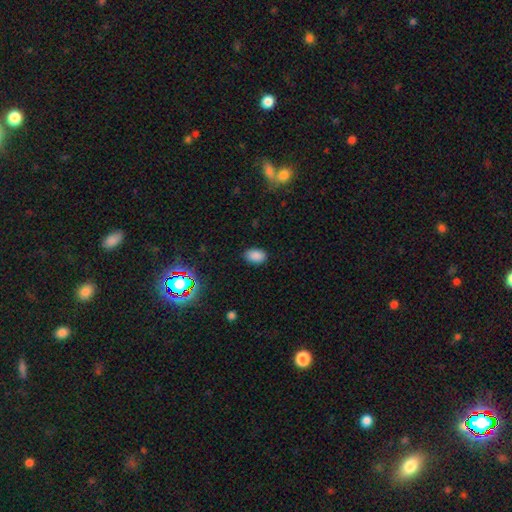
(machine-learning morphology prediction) Overall: smooth (85%). How rounded: in between (85%). Merging: none (86%).